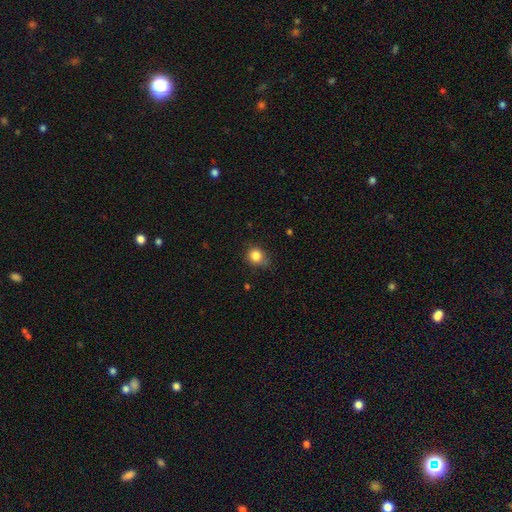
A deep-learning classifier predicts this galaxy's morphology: smooth_or_featured: smooth (p=0.84) [alt: star or artifact p=0.11]
how_rounded: round (p=0.75) [alt: in between p=0.24]
merging: none (p=0.66) [alt: minor disturbance p=0.27]